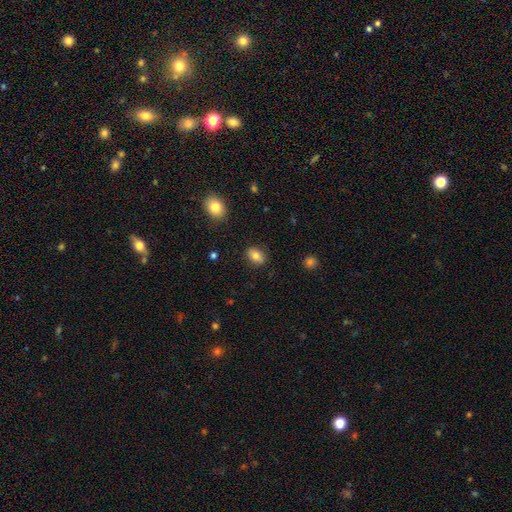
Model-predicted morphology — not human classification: A smooth galaxy with no disk features (81%) that is in between round and cigar-shaped (74%).

Vote fractions:
- Smooth or featured? smooth: 81% / featured or disk: 10% / star or artifact: 9%
- How rounded? in between: 74% / round: 24% / cigar-shaped: 2%
- Merging? none: 86% / minor disturbance: 10% / major disturbance: 3% / merger: 1%